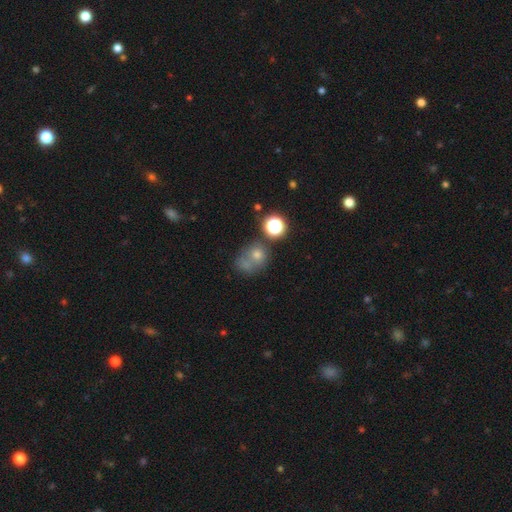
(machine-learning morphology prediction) Q: Smooth or featured?
A: smooth (66%); runner-up: star or artifact (18%)
Q: How rounded?
A: round (68%); runner-up: in between (31%)
Q: Merging?
A: merger (37%); tied with: none (37%)